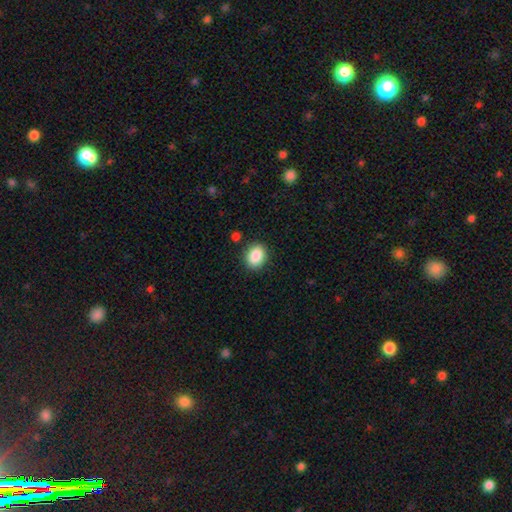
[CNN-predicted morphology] Smooth or featured? Predicted: smooth (p=0.88). How rounded? Predicted: in between (p=0.58). Merging? Predicted: none (p=0.87).